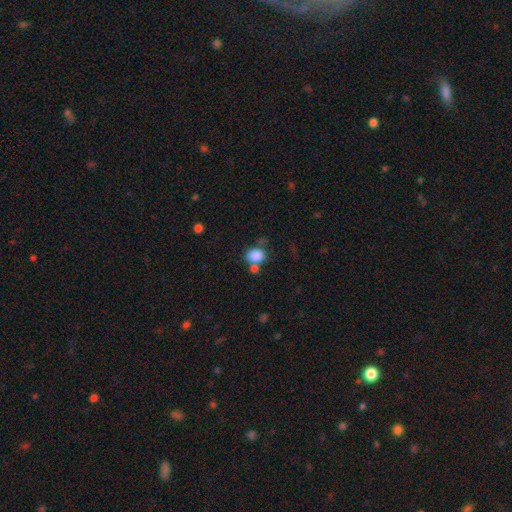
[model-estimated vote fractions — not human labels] This is clearly a smooth galaxy (85%). How rounded: possibly in between (55%). Merging: possibly none (52%).